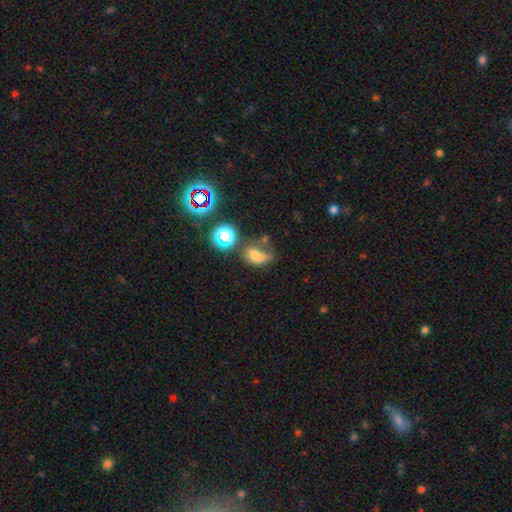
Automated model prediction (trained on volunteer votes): A smooth galaxy with no disk features (57%) that is in between round and cigar-shaped (70%). Merging: none (28%).